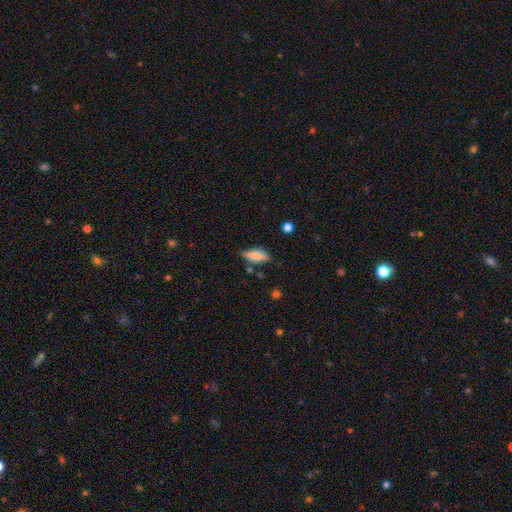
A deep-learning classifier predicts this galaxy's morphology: Smooth or featured? smooth (60%)
How rounded? in between (69%)
Merging? none (64%)